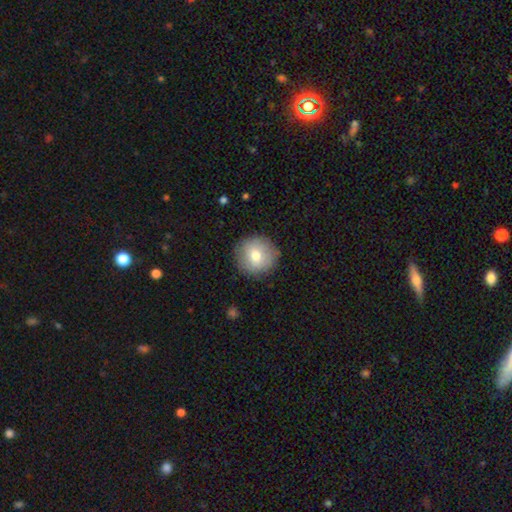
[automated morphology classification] smooth-or-featured: smooth: 75% | featured or disk: 17% | star or artifact: 8%
  how-rounded: round: 94% | in between: 5% | cigar-shaped: 1%
  merging: none: 88% | minor disturbance: 8% | major disturbance: 2% | merger: 1%